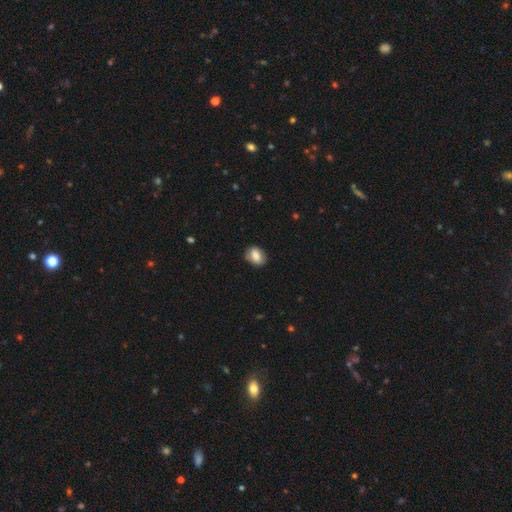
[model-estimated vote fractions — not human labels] Smooth or featured? Predicted: smooth (p=0.82). How rounded? Predicted: in between (p=0.70). Merging? Predicted: none (p=0.83).